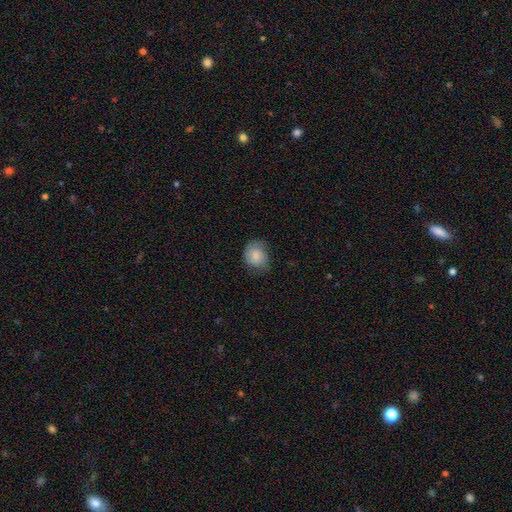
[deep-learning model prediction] A smooth galaxy with no disk features (78%) that is round (62%). Merging: none (59%).